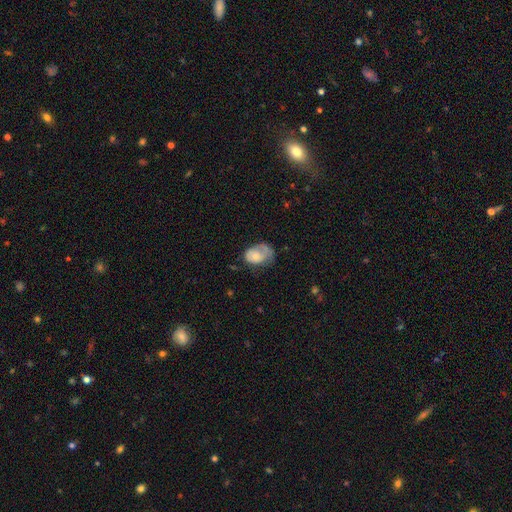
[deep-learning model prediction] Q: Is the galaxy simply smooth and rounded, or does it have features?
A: smooth — 64%.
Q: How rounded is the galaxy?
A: in between — 79%.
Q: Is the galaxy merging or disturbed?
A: minor disturbance — 33%, tied with major disturbance.